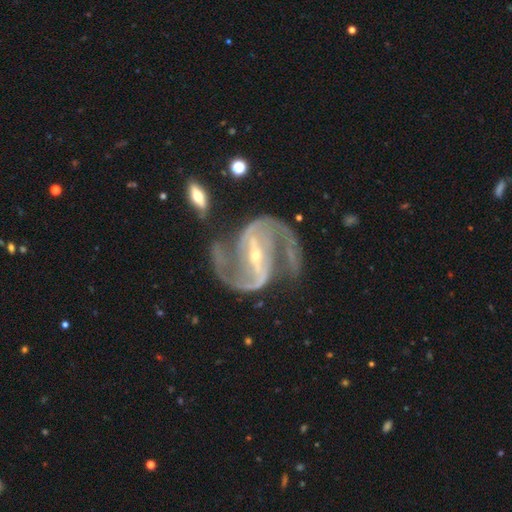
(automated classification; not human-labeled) smooth_or_featured: featured or disk (p=0.94) [alt: star or artifact p=0.04]
disk_edge_on: no (p=0.98) [alt: yes p=0.02]
bar: strong (p=0.73) [alt: weak p=0.21]
has_spiral_arms: yes (p=0.98) [alt: no p=0.02]
spiral_winding: medium (p=0.62) [alt: loose p=0.21]
spiral_arm_count: 2 (p=0.93) [alt: 3 p=0.02]
bulge_size: small (p=0.74) [alt: moderate p=0.23]
merging: none (p=0.67) [alt: minor disturbance p=0.16]